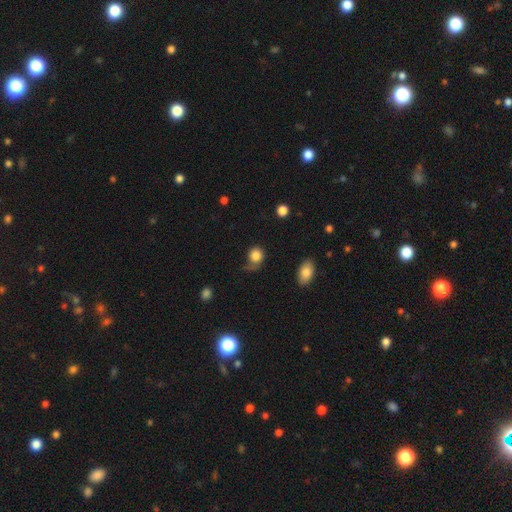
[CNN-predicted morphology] Overall: smooth (83%). How rounded: round (74%). Merging: none (44%; minor disturbance 28%).